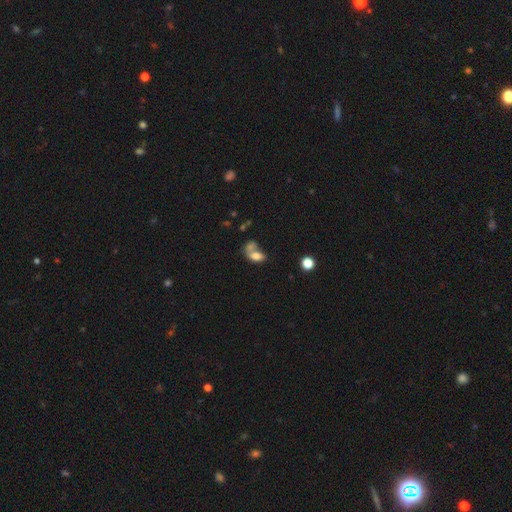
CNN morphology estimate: type=smooth (69%); roundness=in between (85%); merging=merger (56%).